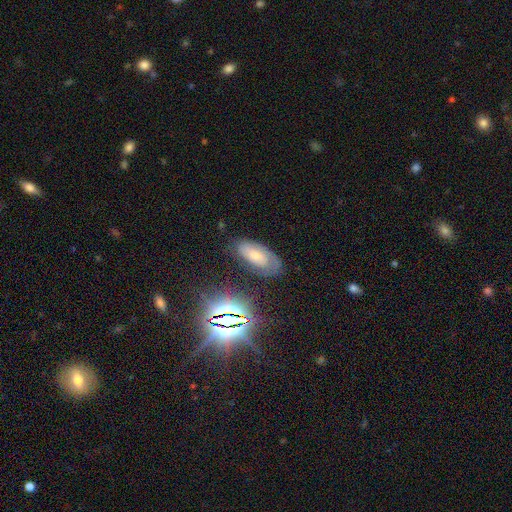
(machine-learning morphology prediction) smooth 47%, featured or disk 35%, star or artifact 18%. Down the decision tree: merging — none (68%).